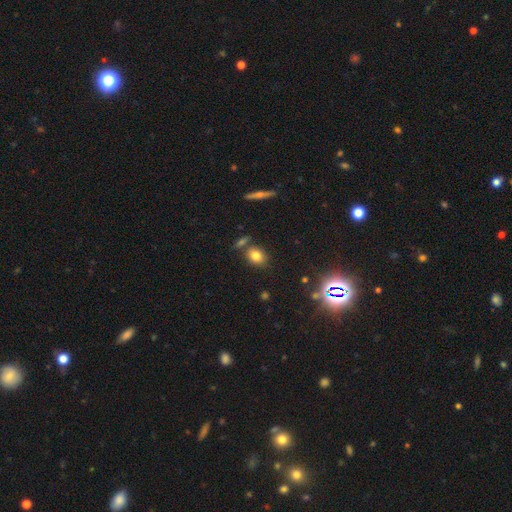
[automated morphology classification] type=smooth (76%); roundness=in between (54%); merging=none (72%).